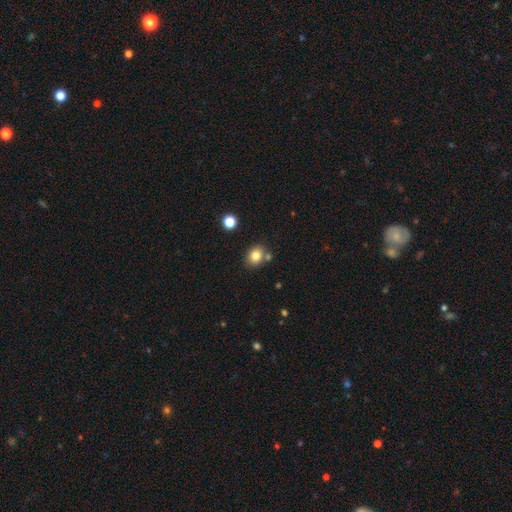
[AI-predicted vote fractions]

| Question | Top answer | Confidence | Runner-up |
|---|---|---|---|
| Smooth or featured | smooth | 81% | star or artifact (11%) |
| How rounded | round | 56% | in between (43%) |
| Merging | none | 74% | merger (12%) |